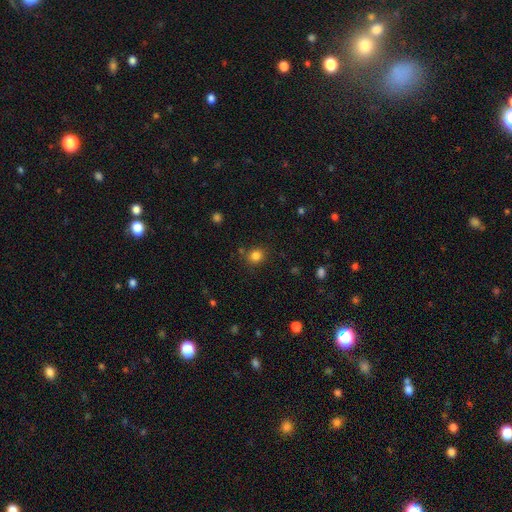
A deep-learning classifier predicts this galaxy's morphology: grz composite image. It shows a smooth galaxy with no disk features (82%) that is round (82%). Merging: none (83%).